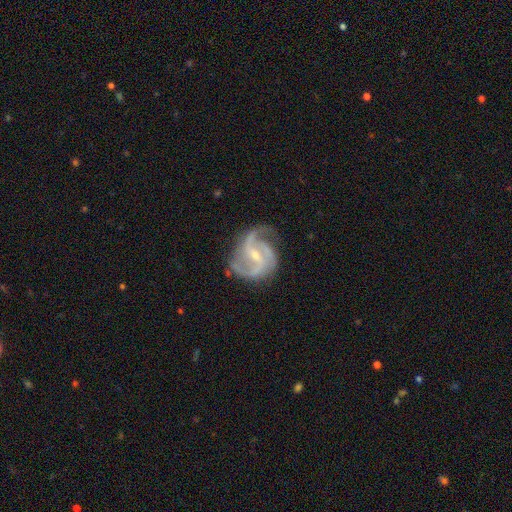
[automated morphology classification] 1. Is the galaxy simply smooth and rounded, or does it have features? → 92% featured or disk, 4% star or artifact, 4% smooth.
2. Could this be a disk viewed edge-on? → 98% no, 2% yes.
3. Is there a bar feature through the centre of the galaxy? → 50% weak, 28% strong, 22% no.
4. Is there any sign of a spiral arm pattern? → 98% yes, 2% no.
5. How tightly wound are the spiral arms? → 57% medium, 22% tight, 20% loose.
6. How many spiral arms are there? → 44% 3, 37% 2, 7% can't tell, 5% 4, 4% 1, 4% more than 4.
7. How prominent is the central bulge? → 63% small, 34% moderate, 2% none, 1% large, 1% dominant.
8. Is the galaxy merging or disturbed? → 65% none, 21% minor disturbance, 11% major disturbance, 2% merger.